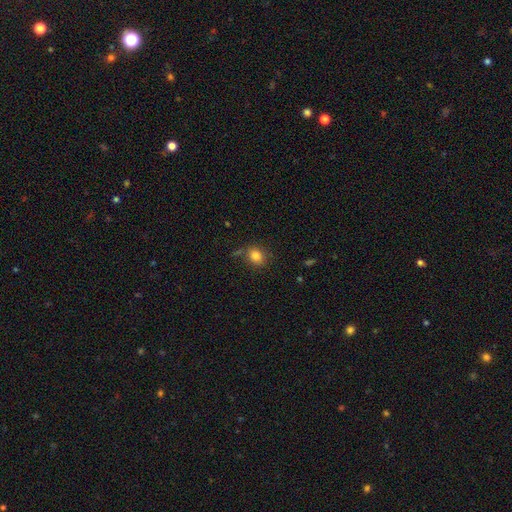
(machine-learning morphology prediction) Smooth or featured?
  - smooth: 83% *
  - star or artifact: 11%
  - featured or disk: 6%
How rounded?
  - round: 64% *
  - in between: 35%
  - cigar-shaped: 1%
Merging?
  - none: 72% *
  - minor disturbance: 16%
  - merger: 6%
  - major disturbance: 6%